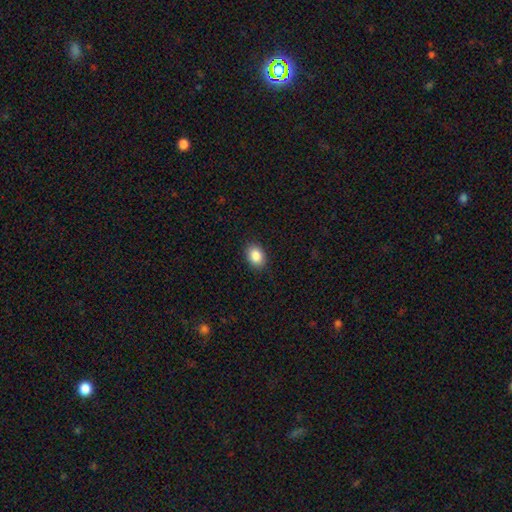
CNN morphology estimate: Q: Smooth or featured?
A: smooth (87%); runner-up: star or artifact (8%)
Q: How rounded?
A: in between (71%); runner-up: round (28%)
Q: Merging?
A: none (89%); runner-up: minor disturbance (8%)